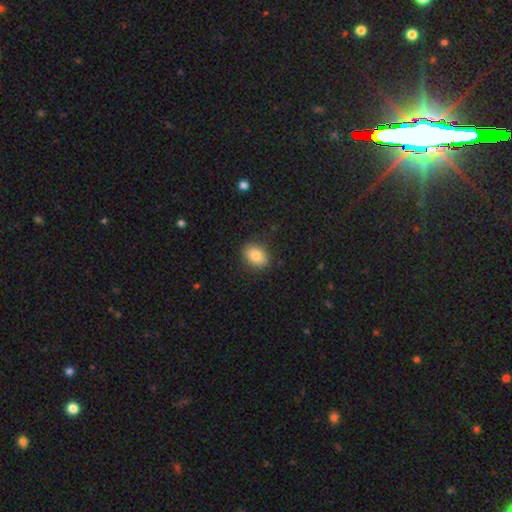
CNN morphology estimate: Q: Smooth or featured?
A: smooth (84%); runner-up: star or artifact (8%)
Q: How rounded?
A: in between (72%); runner-up: round (27%)
Q: Merging?
A: none (87%); runner-up: minor disturbance (10%)